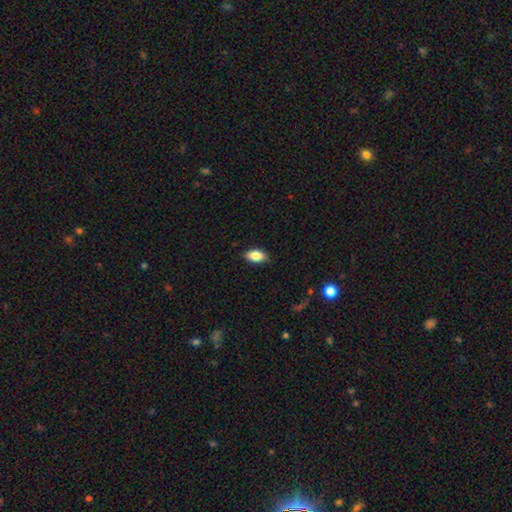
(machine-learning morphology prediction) This is clearly a smooth galaxy (85%). How rounded: clearly in between (92%). Merging: clearly none (87%).